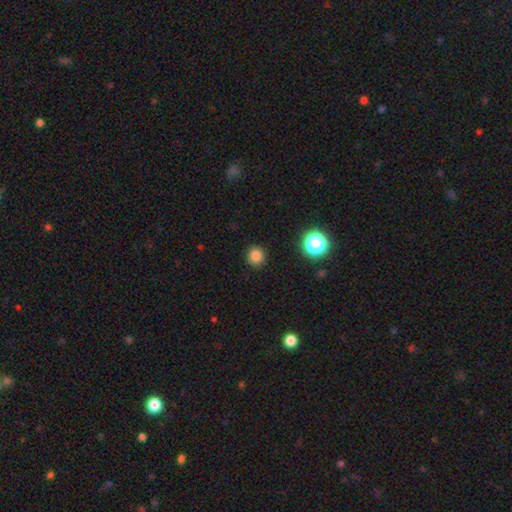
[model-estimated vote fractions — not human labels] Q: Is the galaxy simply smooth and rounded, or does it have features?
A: smooth — 82%.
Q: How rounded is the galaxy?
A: round — 92%.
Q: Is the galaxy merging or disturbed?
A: none — 91%.